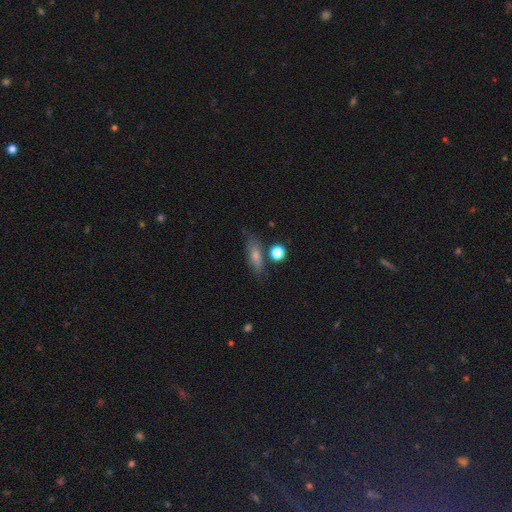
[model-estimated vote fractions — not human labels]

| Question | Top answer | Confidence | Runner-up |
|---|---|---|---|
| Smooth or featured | smooth | 70% | featured or disk (21%) |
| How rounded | in between | 53% | cigar-shaped (40%) |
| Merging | none | 68% | minor disturbance (18%) |